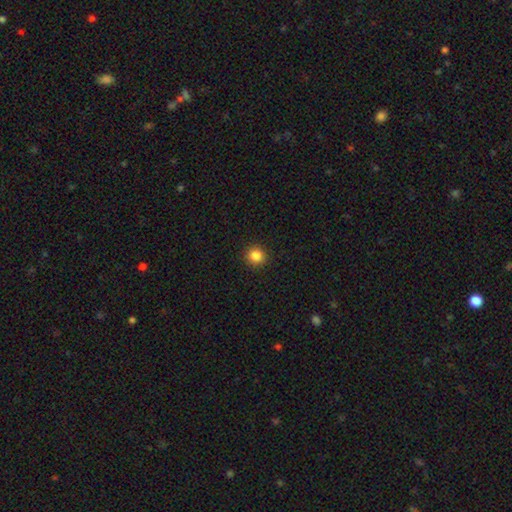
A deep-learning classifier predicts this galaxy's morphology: smooth_or_featured: smooth (p=0.85) [alt: star or artifact p=0.11]
how_rounded: round (p=0.93) [alt: in between p=0.06]
merging: none (p=0.92) [alt: minor disturbance p=0.05]